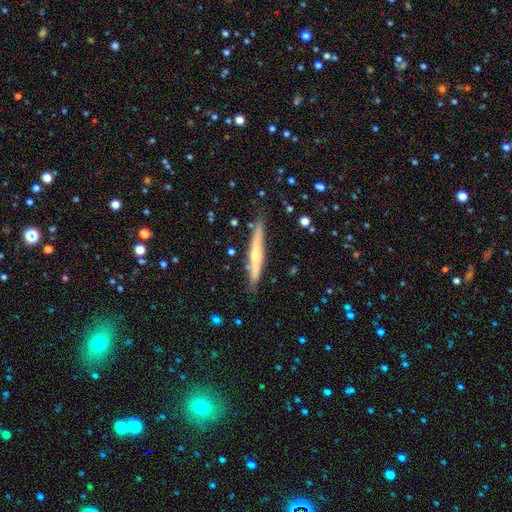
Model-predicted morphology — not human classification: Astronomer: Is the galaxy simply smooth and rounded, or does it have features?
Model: featured or disk — 54% (runner-up: smooth, 40%).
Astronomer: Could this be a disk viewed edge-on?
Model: yes — 94%.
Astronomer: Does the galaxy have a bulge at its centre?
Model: rounded — 58% (runner-up: none, 35%).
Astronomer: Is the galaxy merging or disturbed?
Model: none — 82%.